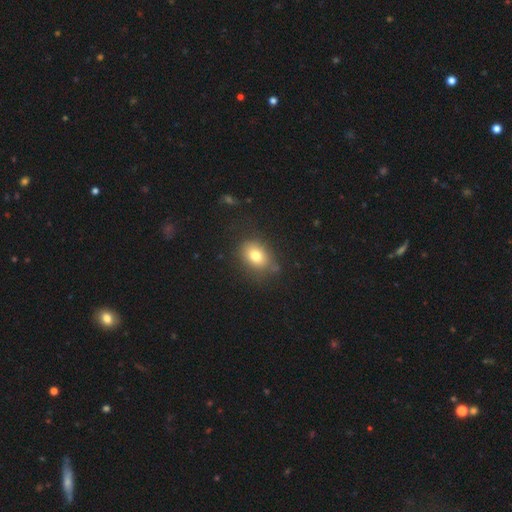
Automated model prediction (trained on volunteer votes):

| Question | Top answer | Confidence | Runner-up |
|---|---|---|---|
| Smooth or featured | smooth | 77% | featured or disk (12%) |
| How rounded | in between | 70% | round (28%) |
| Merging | none | 71% | minor disturbance (20%) |